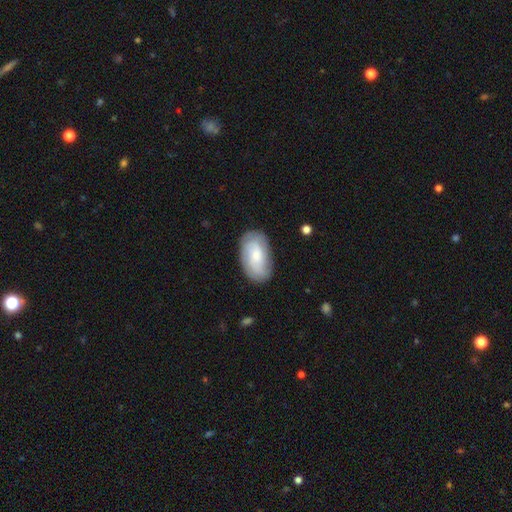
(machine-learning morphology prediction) Smooth or featured? featured or disk (48%)
Merging? none (81%)